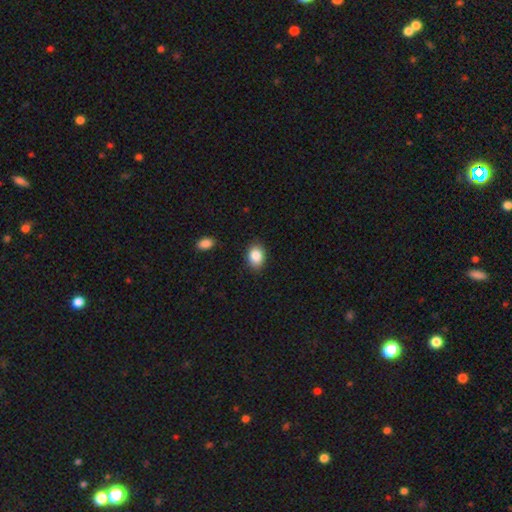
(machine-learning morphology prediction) smooth 86%, star or artifact 8%, featured or disk 6%. Down the decision tree: how rounded — in between (75%); merging — none (86%).